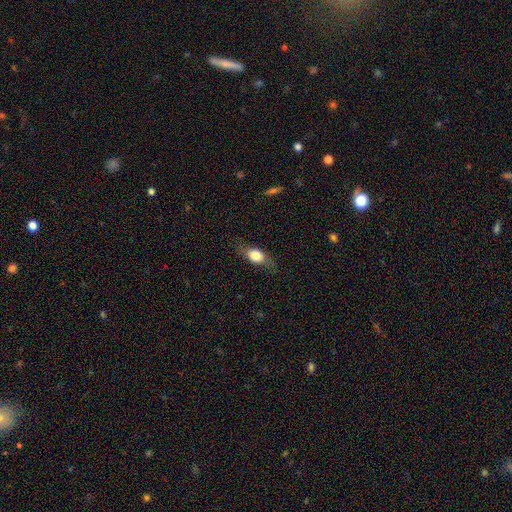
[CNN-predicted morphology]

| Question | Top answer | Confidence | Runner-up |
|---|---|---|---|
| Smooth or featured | smooth | 66% | featured or disk (26%) |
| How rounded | in between | 69% | round (19%) |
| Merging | none | 73% | minor disturbance (19%) |